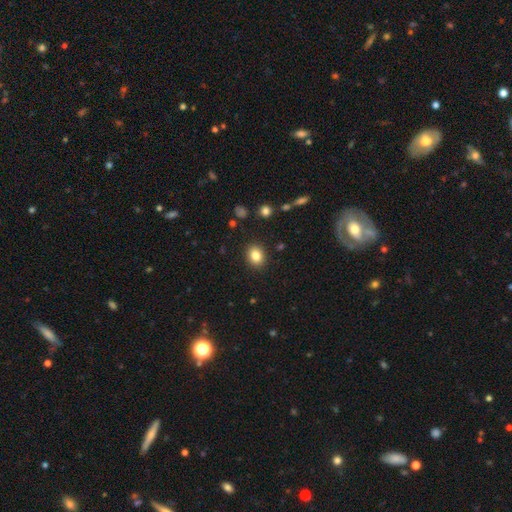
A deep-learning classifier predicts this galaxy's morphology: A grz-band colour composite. It shows a smooth galaxy with no disk features (83%) that is round (52%). Merging: none (90%).